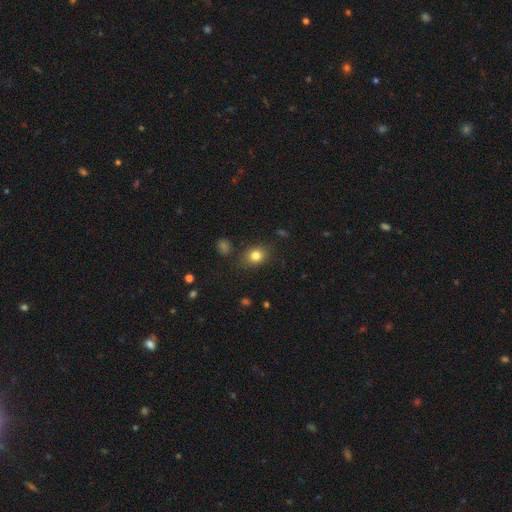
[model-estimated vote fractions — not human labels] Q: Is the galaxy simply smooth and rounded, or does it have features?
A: smooth — 81%.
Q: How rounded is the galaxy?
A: round — 52%.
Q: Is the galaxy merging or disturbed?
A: none — 82%.